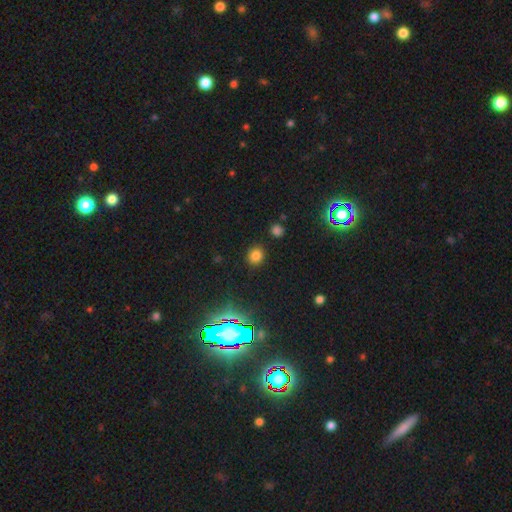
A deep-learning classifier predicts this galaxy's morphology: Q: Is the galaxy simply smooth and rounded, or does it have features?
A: smooth — 75%.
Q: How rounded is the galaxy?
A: round — 81%.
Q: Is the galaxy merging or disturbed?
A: none — 88%.